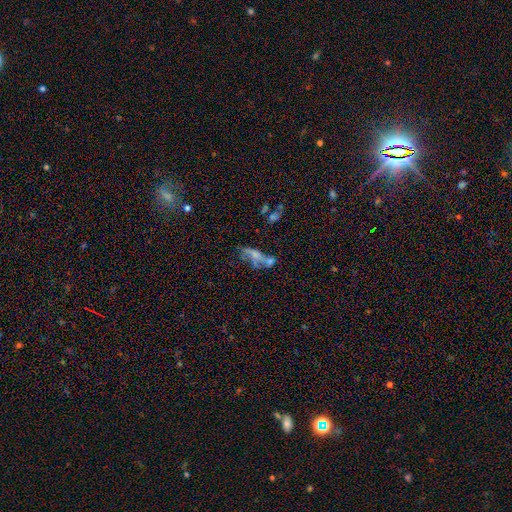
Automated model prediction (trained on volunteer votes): This appears to be a smooth galaxy with no disk features (43%). Merging: merger (41%).